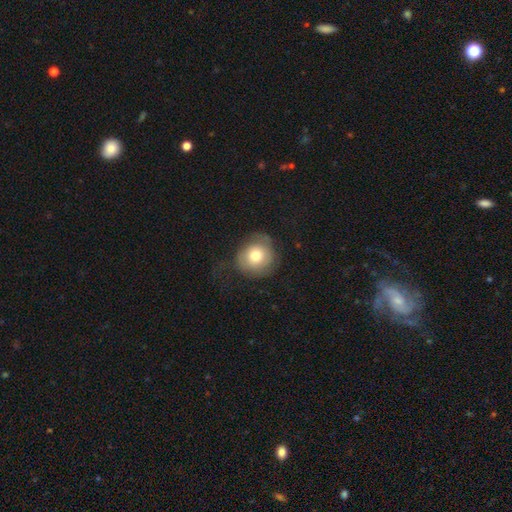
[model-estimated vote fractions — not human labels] The model was most divided on "merging": none: 60%, minor disturbance: 23%, major disturbance: 15%, merger: 1%. More confident: how rounded — round (86%); smooth or featured — smooth (71%).